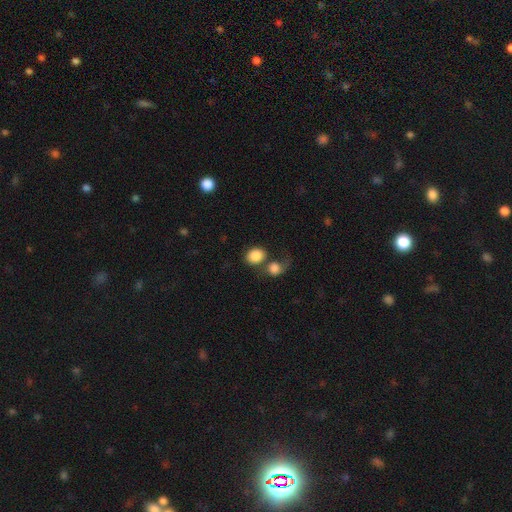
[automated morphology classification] A smooth galaxy with no disk features (85%) that is round (59%). Merging: none (42%).